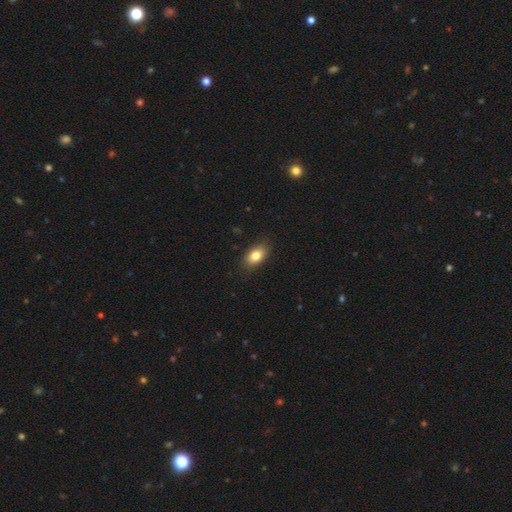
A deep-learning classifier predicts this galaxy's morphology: Q: Smooth or featured?
A: smooth (82%); runner-up: featured or disk (10%)
Q: How rounded?
A: in between (87%); runner-up: round (10%)
Q: Merging?
A: none (84%); runner-up: minor disturbance (12%)